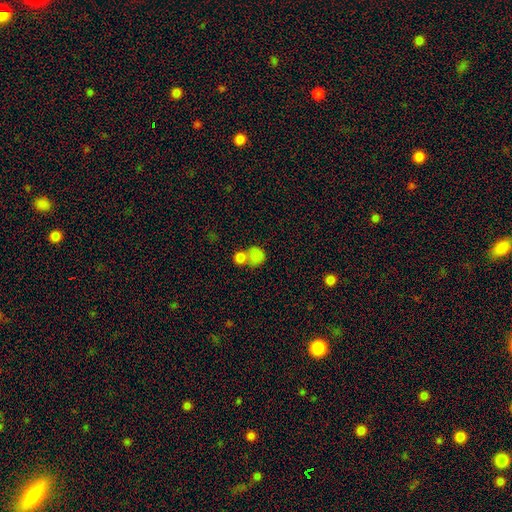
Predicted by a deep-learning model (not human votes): Smooth or featured: smooth — 81% (star or artifact — 10%)
How rounded: round — 75% (in between — 23%)
Merging: merger — 50% (none — 36%)